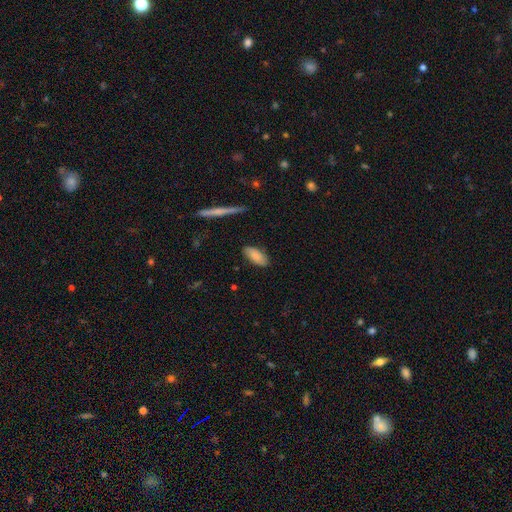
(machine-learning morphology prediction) smooth-or-featured: smooth: 83% | featured or disk: 10% | star or artifact: 6%
  how-rounded: in between: 87% | cigar-shaped: 11% | round: 2%
  merging: none: 83% | minor disturbance: 13% | major disturbance: 3% | merger: 2%